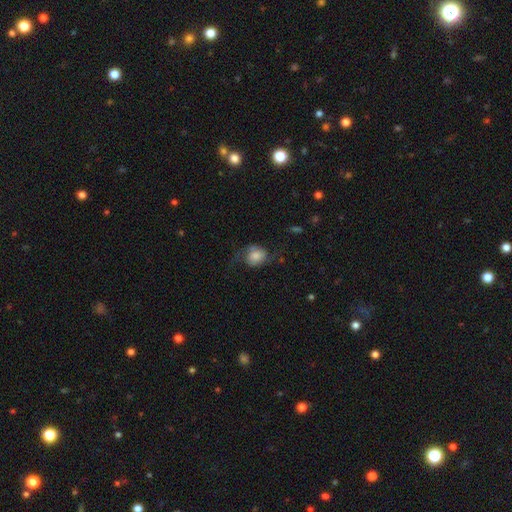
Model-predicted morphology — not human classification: smooth-or-featured: smooth: 47% | featured or disk: 44% | star or artifact: 9%
  merging: none: 50% | major disturbance: 25% | minor disturbance: 23% | merger: 2%